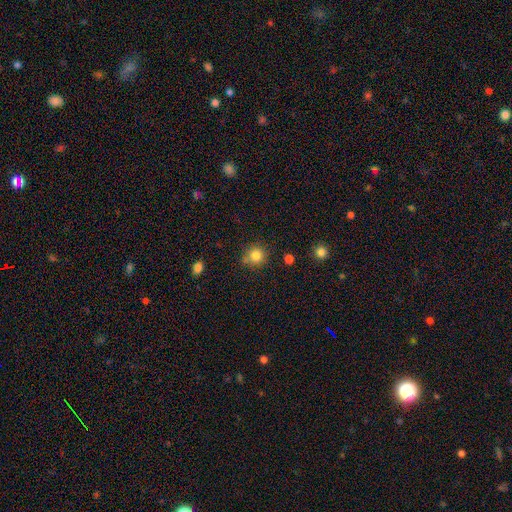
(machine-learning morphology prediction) smooth-or-featured: smooth: 82% | star or artifact: 12% | featured or disk: 6%
  how-rounded: round: 90% | in between: 10% | cigar-shaped: 1%
  merging: none: 74% | minor disturbance: 15% | merger: 7% | major disturbance: 4%